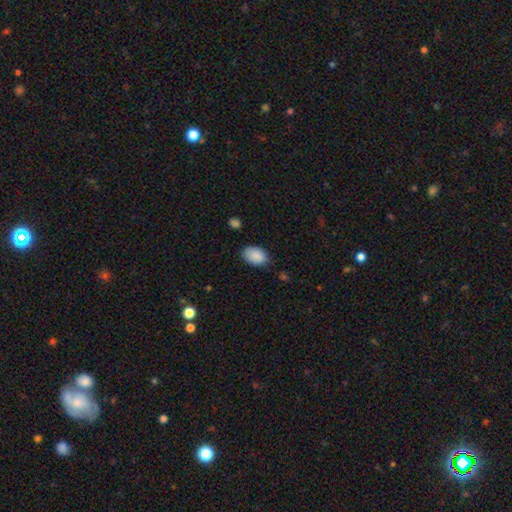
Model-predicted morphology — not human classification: Smooth or featured: smooth — 89% (star or artifact — 7%)
How rounded: in between — 89% (round — 10%)
Merging: none — 77% (minor disturbance — 18%)